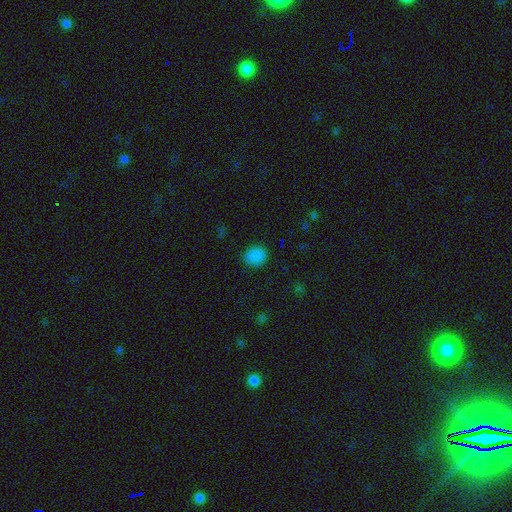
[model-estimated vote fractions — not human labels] Morphology: type=smooth (85%); roundness=round (81%); merging=none (89%).